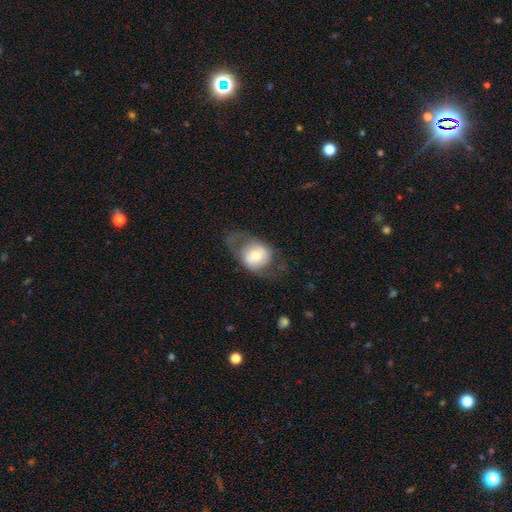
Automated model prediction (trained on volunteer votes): Smooth or featured? Predicted: smooth (p=0.50). Merging? Predicted: none (p=0.56).